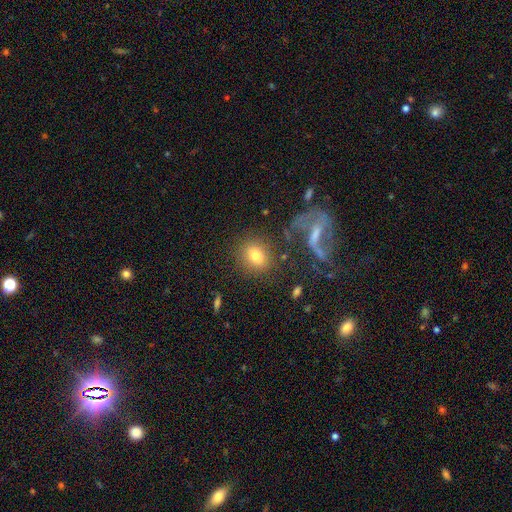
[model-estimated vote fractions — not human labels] Q: Smooth or featured?
A: smooth (70%); runner-up: featured or disk (18%)
Q: How rounded?
A: round (55%); runner-up: in between (43%)
Q: Merging?
A: none (78%); runner-up: minor disturbance (11%)